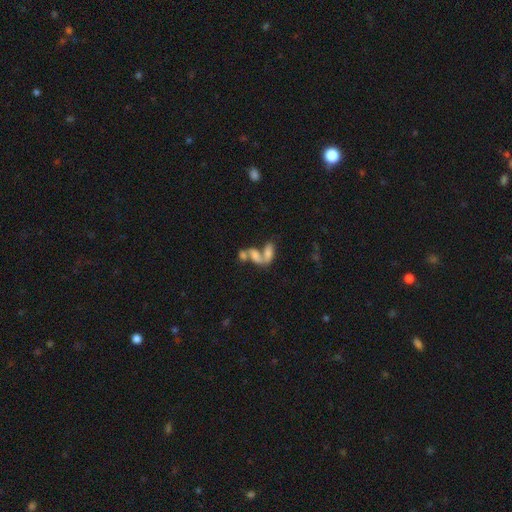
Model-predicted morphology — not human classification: smooth 60%, featured or disk 28%, star or artifact 12%. Down the decision tree: how rounded — in between (82%); merging — merger (71%).